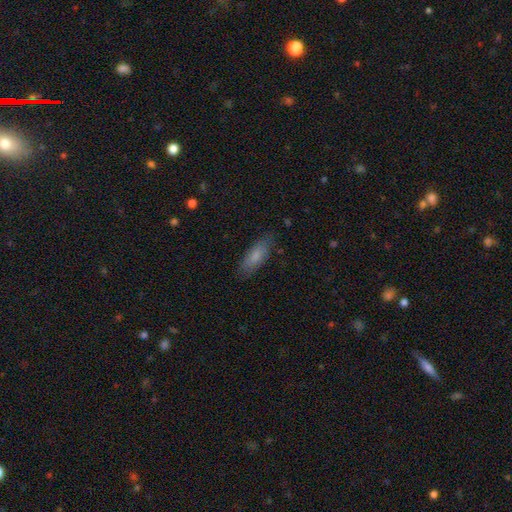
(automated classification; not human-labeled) smooth-or-featured: smooth: 79% | featured or disk: 15% | star or artifact: 6%
  how-rounded: in between: 64% | cigar-shaped: 35% | round: 2%
  merging: none: 80% | minor disturbance: 15% | major disturbance: 3% | merger: 1%